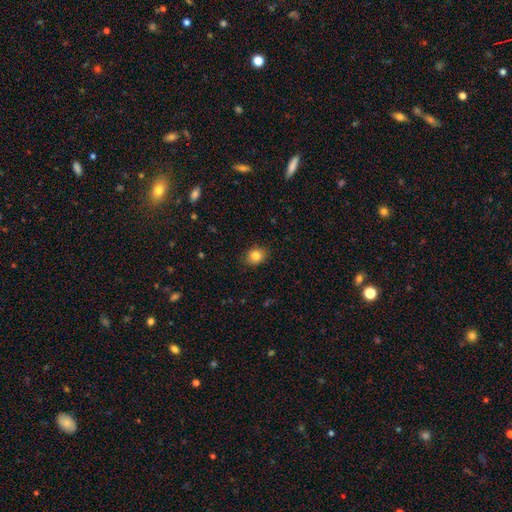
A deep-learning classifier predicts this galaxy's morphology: smooth 84%, star or artifact 10%, featured or disk 6%. Down the decision tree: how rounded — round (51%); merging — none (85%).